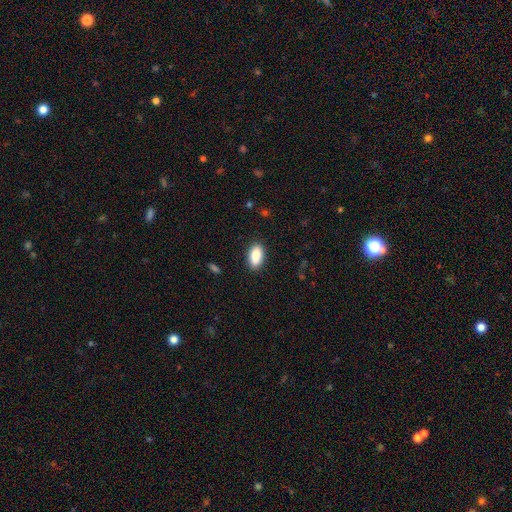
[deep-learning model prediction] Smooth or featured: smooth — 89% (star or artifact — 7%)
How rounded: in between — 92% (cigar-shaped — 5%)
Merging: none — 87% (minor disturbance — 9%)